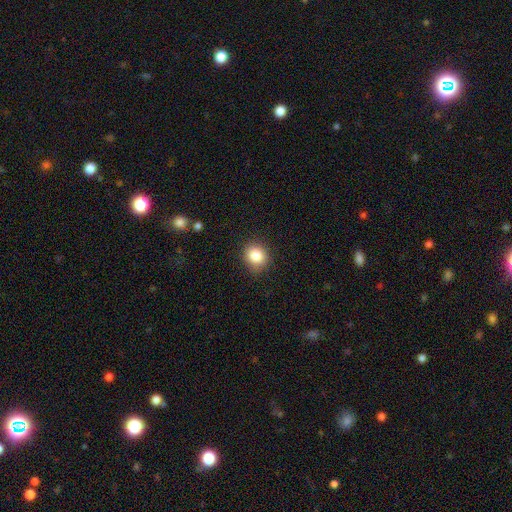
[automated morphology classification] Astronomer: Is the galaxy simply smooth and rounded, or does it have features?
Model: smooth — 85%.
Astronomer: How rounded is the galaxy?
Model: round — 80%.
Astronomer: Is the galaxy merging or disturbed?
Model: none — 86%.